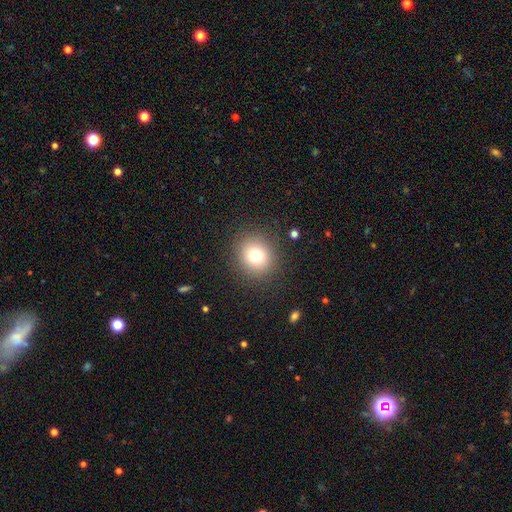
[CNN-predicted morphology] smooth 77%, star or artifact 13%, featured or disk 10%. Down the decision tree: how rounded — round (85%); merging — none (88%).